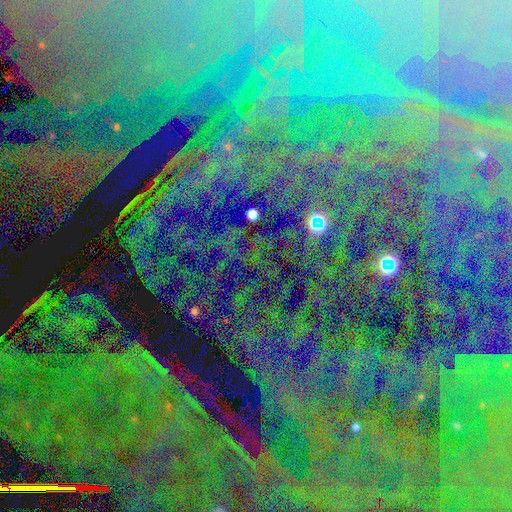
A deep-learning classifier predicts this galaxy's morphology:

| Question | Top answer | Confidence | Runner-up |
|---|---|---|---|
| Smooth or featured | star or artifact | 81% | smooth (10%) |